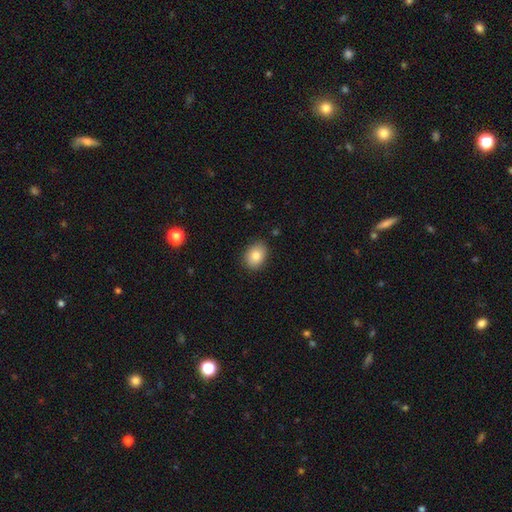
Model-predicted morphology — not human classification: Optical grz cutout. It shows a smooth galaxy with no disk features (83%) that is in between round and cigar-shaped (71%). Merging: none (84%).